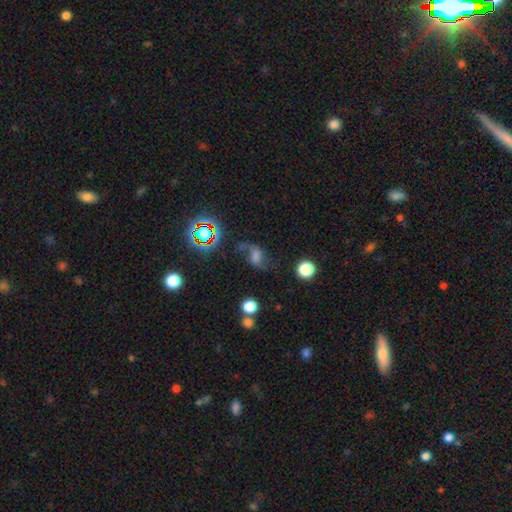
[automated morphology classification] A featured or disk galaxy (44%). Merging: none (49%).